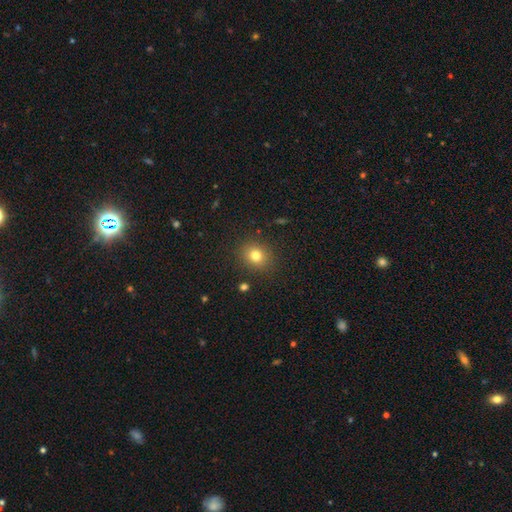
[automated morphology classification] This appears to be a smooth galaxy with no disk features (79%) that is round (75%). Merging: none (88%).